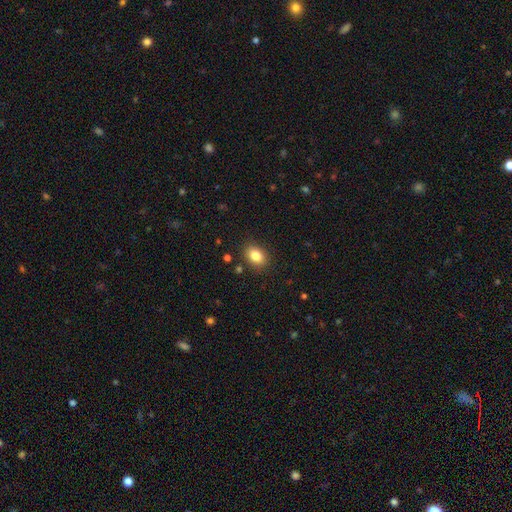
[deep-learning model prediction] Smooth or featured? smooth (84%)
How rounded? in between (70%)
Merging? none (87%)